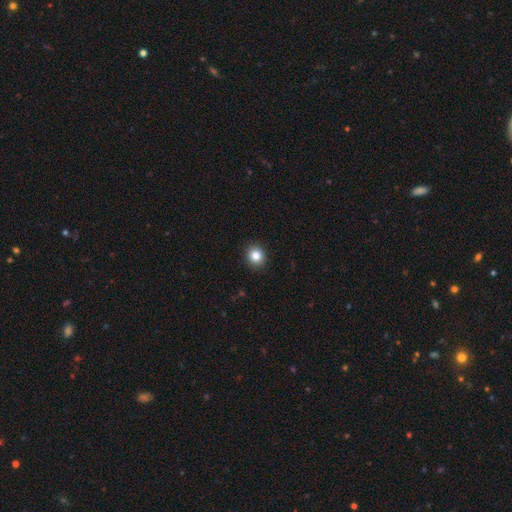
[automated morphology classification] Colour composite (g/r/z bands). It shows a smooth galaxy with no disk features (83%) that is round (84%). Merging: none (92%).